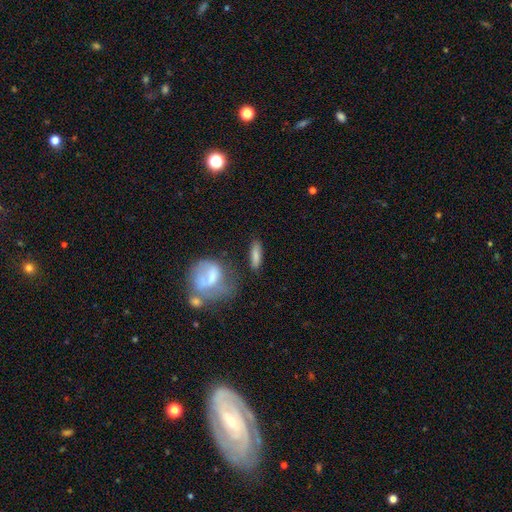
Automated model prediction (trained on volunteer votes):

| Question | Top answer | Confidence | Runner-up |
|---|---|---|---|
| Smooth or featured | smooth | 76% | featured or disk (17%) |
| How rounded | cigar-shaped | 53% | in between (42%) |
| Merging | none | 71% | minor disturbance (16%) |